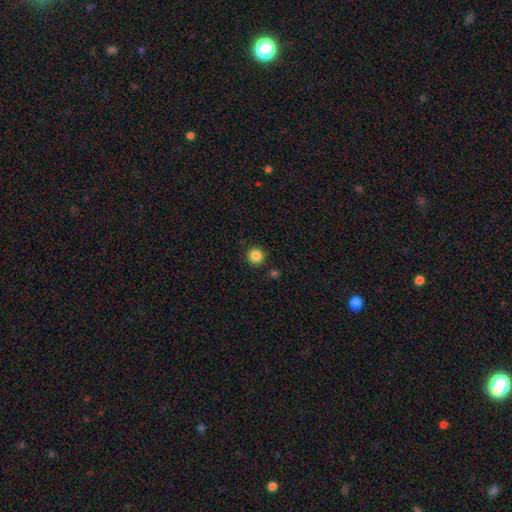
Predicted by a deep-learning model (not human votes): A smooth galaxy with no disk features (86%) that is round (95%). Merging: none (89%).